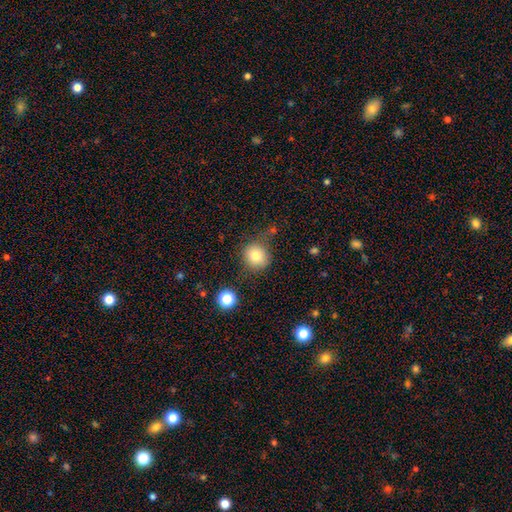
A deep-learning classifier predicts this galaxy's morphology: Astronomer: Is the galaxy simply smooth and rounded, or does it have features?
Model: smooth — 79%.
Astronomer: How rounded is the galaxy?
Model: round — 89%.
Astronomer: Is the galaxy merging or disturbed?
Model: none — 73%.